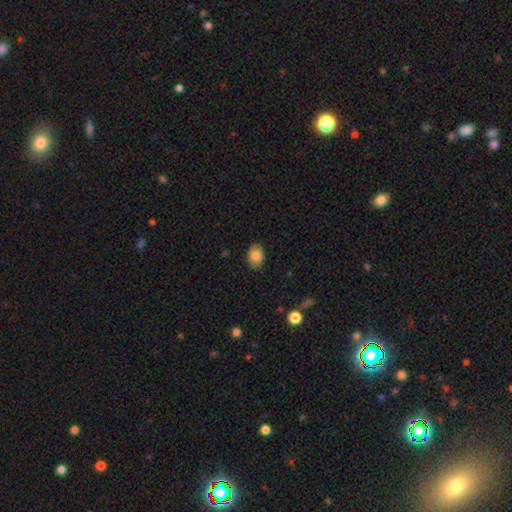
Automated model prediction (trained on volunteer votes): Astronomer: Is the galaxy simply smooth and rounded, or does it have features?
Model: smooth — 84%.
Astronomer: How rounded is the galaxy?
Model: in between — 72%.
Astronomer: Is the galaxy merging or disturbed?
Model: none — 84%.